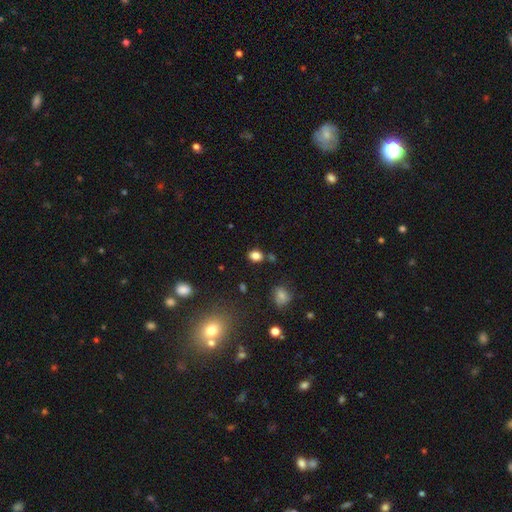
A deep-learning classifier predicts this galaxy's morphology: This appears to be a smooth galaxy with no disk features (81%) that is in between round and cigar-shaped (56%). Merging: none (77%).